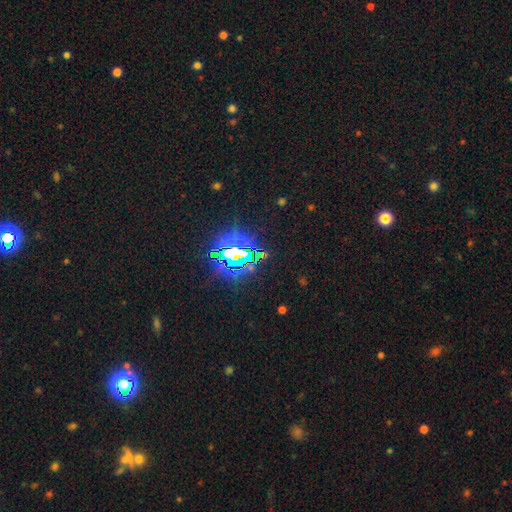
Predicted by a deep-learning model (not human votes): A star or artifact, not a galaxy (82%).

Vote fractions:
- Smooth or featured? star or artifact: 82% / smooth: 11% / featured or disk: 8%